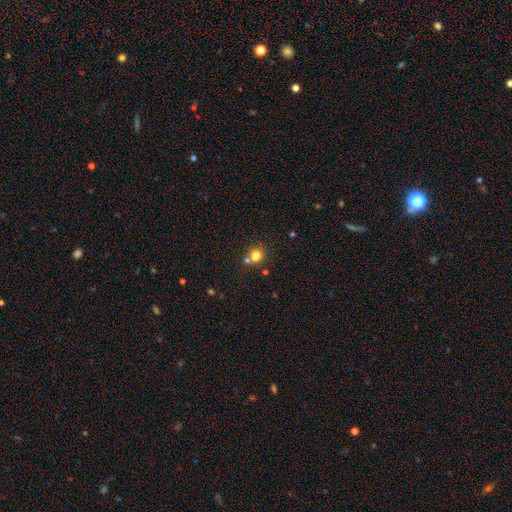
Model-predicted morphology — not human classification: Overall: smooth (79%). How rounded: round (81%). Merging: none (66%).